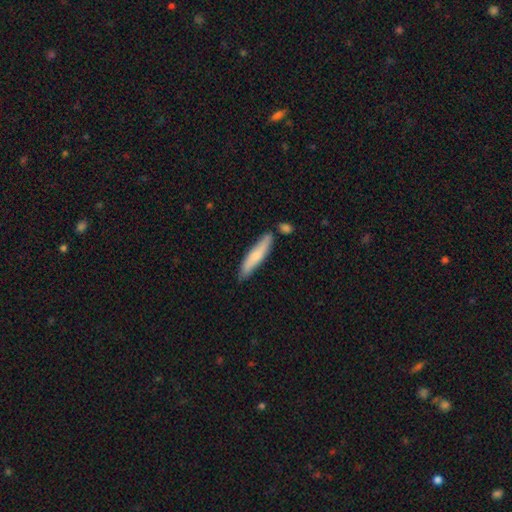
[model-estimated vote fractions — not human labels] smooth_or_featured: smooth (p=0.69) [alt: featured or disk p=0.26]
how_rounded: cigar-shaped (p=0.87) [alt: in between p=0.12]
merging: none (p=0.76) [alt: minor disturbance p=0.14]